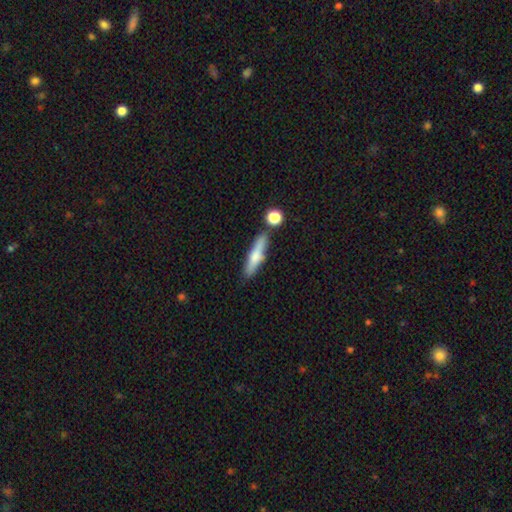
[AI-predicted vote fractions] Smooth or featured? Predicted: smooth (p=0.65). How rounded? Predicted: cigar-shaped (p=0.78). Merging? Predicted: none (p=0.71).